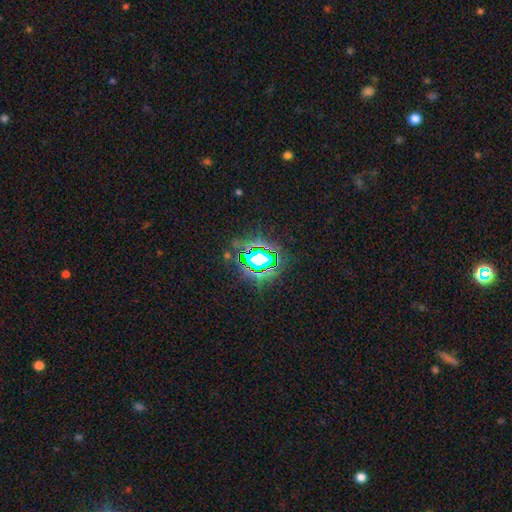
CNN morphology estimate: Smooth or featured?
  - star or artifact: 74% *
  - smooth: 14%
  - featured or disk: 12%